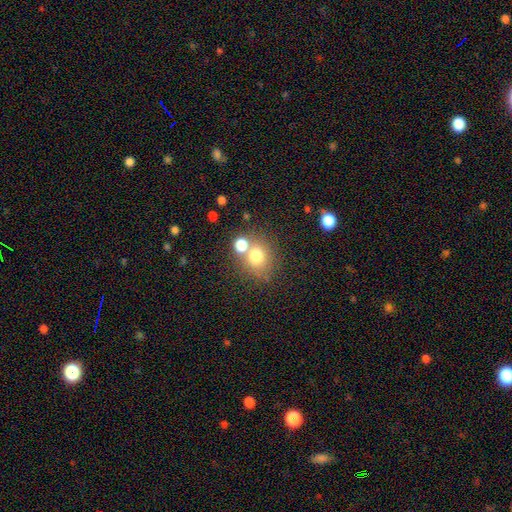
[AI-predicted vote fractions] Smooth or featured? Predicted: smooth (p=0.72). How rounded? Predicted: round (p=0.74). Merging? Predicted: none (p=0.53).